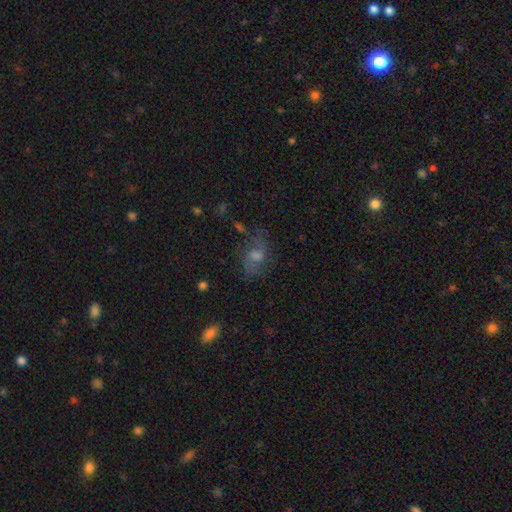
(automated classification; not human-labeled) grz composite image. It shows a featured or disk galaxy (50%). Merging: none (66%).